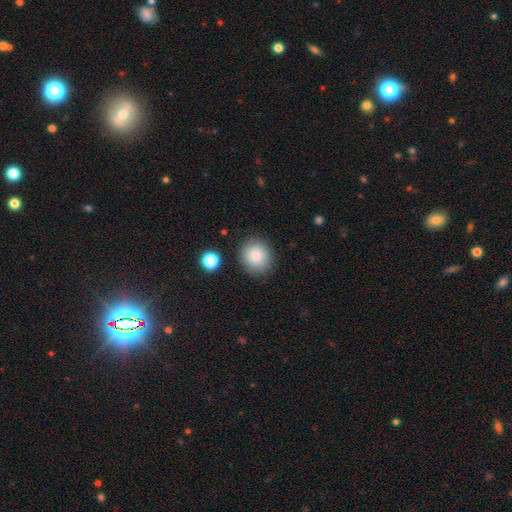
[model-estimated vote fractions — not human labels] A smooth galaxy with no disk features (84%) that is round (74%).

Vote fractions:
- Smooth or featured? smooth: 84% / star or artifact: 9% / featured or disk: 8%
- How rounded? round: 74% / in between: 25% / cigar-shaped: 1%
- Merging? none: 85% / minor disturbance: 9% / major disturbance: 3% / merger: 3%